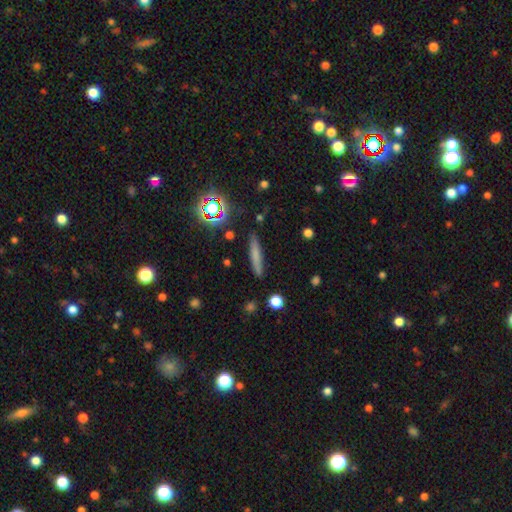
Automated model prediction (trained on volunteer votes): smooth 67%, featured or disk 20%, star or artifact 13%. Down the decision tree: how rounded — cigar-shaped (90%); merging — none (86%).